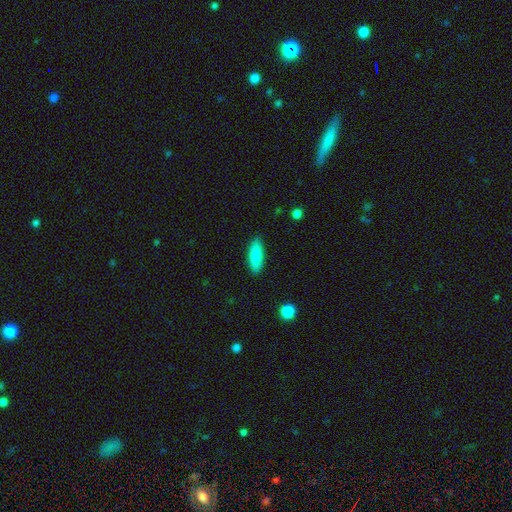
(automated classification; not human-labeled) A smooth galaxy with no disk features (84%) that is in between round and cigar-shaped (65%).

Vote fractions:
- Smooth or featured? smooth: 84% / featured or disk: 10% / star or artifact: 6%
- How rounded? in between: 65% / cigar-shaped: 33% / round: 2%
- Merging? none: 88% / minor disturbance: 9% / major disturbance: 2% / merger: 1%